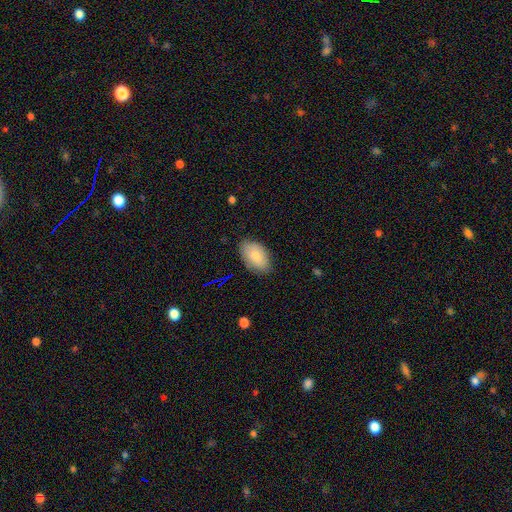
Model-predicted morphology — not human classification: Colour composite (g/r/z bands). It shows a smooth galaxy with no disk features (83%) that is in between round and cigar-shaped (94%). Merging: none (81%).